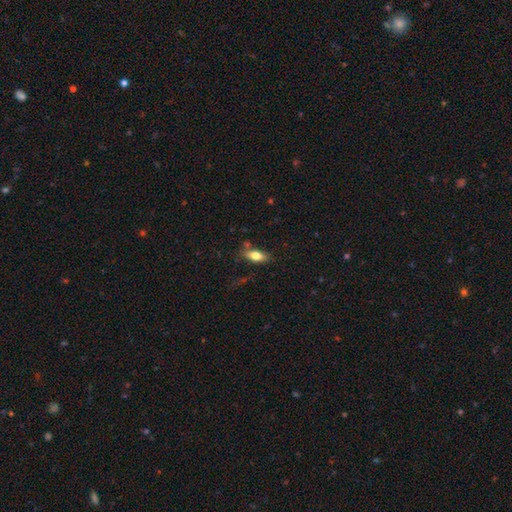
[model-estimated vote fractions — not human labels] smooth_or_featured: smooth (p=0.73) [alt: featured or disk p=0.20]
how_rounded: in between (p=0.80) [alt: cigar-shaped p=0.16]
merging: none (p=0.72) [alt: minor disturbance p=0.17]